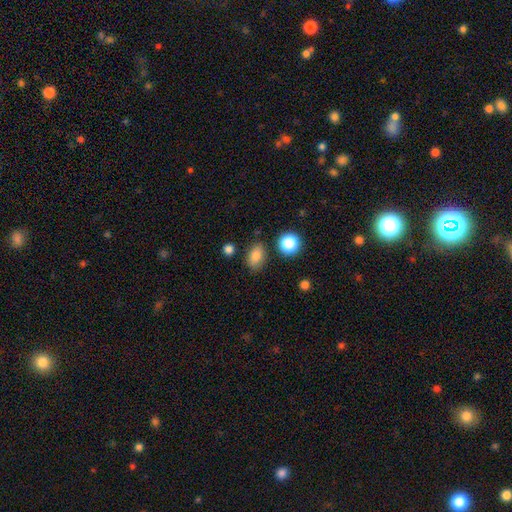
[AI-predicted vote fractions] Q: Smooth or featured?
A: smooth (83%); runner-up: star or artifact (11%)
Q: How rounded?
A: in between (77%); runner-up: round (21%)
Q: Merging?
A: none (81%); runner-up: minor disturbance (12%)